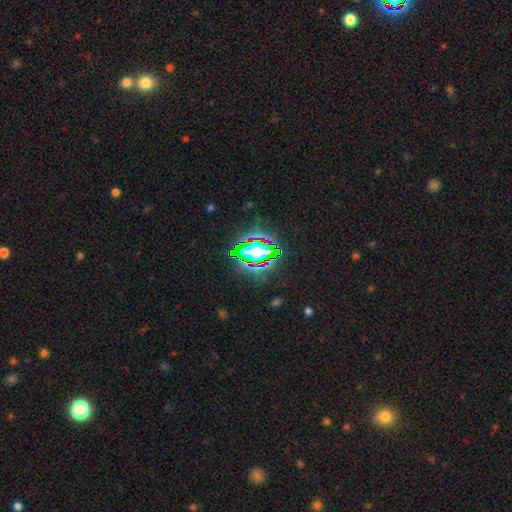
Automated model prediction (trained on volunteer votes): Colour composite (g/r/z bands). It shows a star or artifact, not a galaxy (78%).